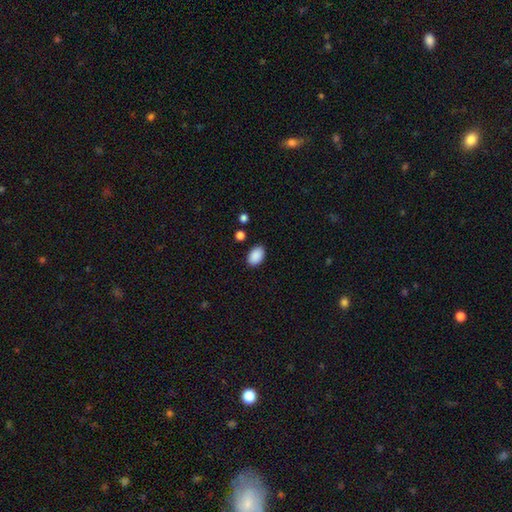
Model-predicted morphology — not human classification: Overall: smooth (90%). How rounded: in between (89%). Merging: none (86%).